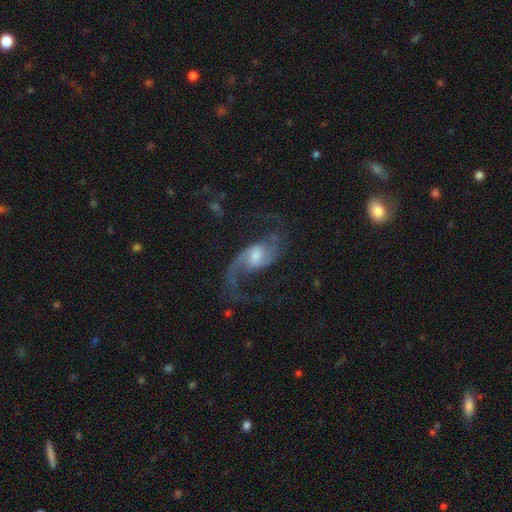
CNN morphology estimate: Smooth or featured?
  - featured or disk: 89% *
  - smooth: 5%
  - star or artifact: 5%
Edge-on disk?
  - no: 97% *
  - yes: 3%
Bar?
  - weak: 50% *
  - no: 36%
  - strong: 14%
Spiral arms?
  - yes: 97% *
  - no: 3%
Spiral winding?
  - loose: 65% *
  - medium: 30%
  - tight: 5%
Spiral arm count?
  - 2: 92% *
  - 1: 3%
  - can't tell: 2%
  - 3: 1%
  - 4: 1%
  - more than 4: 1%
Bulge size?
  - moderate: 48% *
  - small: 35%
  - large: 10%
  - none: 6%
  - dominant: 2%
Merging?
  - none: 68% *
  - major disturbance: 16%
  - minor disturbance: 14%
  - merger: 2%